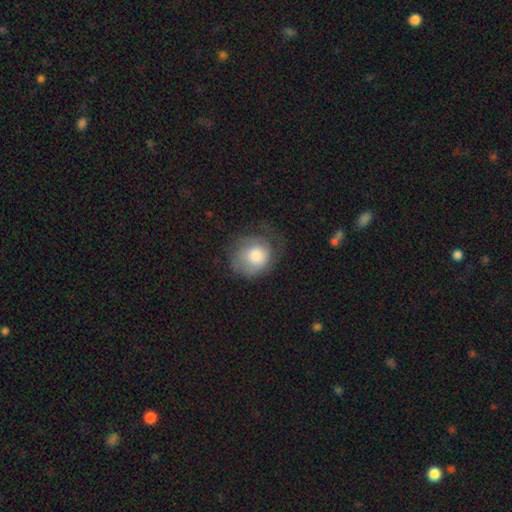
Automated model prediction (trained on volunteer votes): Smooth or featured? smooth (65%)
How rounded? round (79%)
Merging? none (49%)